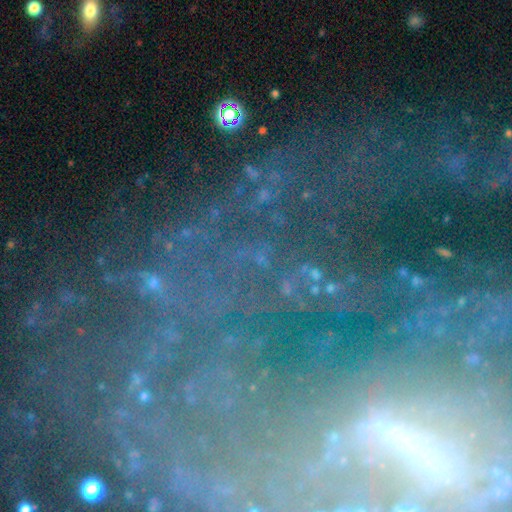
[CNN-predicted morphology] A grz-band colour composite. It shows a star or artifact, not a galaxy (65%).